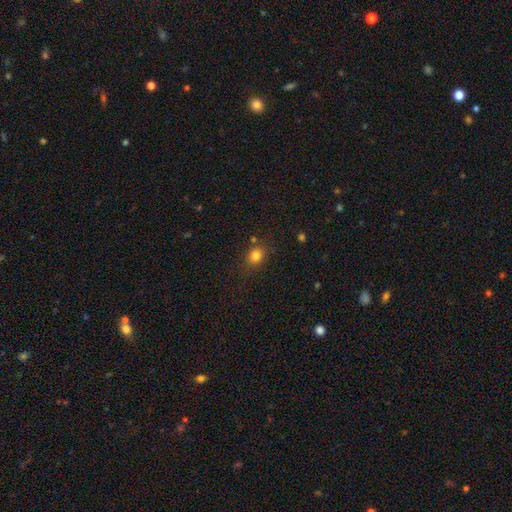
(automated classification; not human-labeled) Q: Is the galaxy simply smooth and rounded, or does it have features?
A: smooth — 81%.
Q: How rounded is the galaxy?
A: round — 63%.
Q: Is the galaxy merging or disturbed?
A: none — 76%.